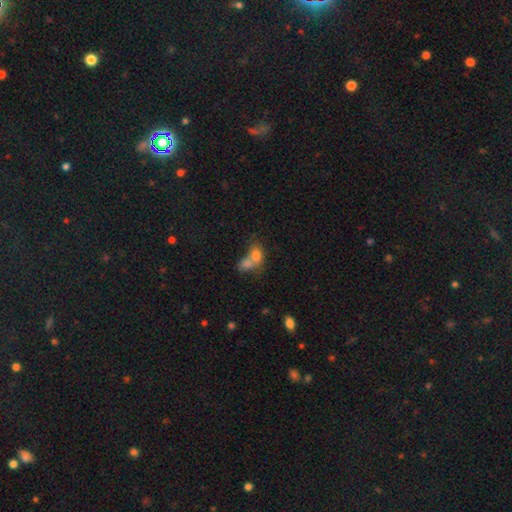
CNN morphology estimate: smooth_or_featured: smooth (p=0.75) [alt: featured or disk p=0.15]
how_rounded: in between (p=0.70) [alt: round p=0.28]
merging: merger (p=0.71) [alt: none p=0.17]